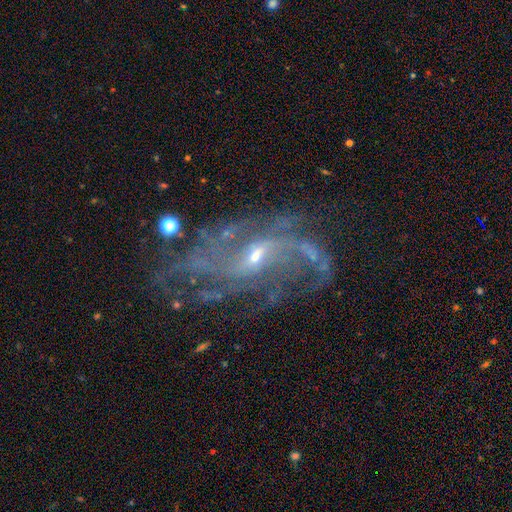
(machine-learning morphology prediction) The model was most divided on "spiral arm count": can't tell: 25%, 2: 24%, 3: 19%, 4: 15%, more than 4: 9%, 1: 8%. Remaining: edge-on disk — no (95%); spiral arms — yes (94%); smooth or featured — featured or disk (85%); bulge size — small (68%); merging — none (60%); bar — weak (44%); spiral winding — loose (42%).